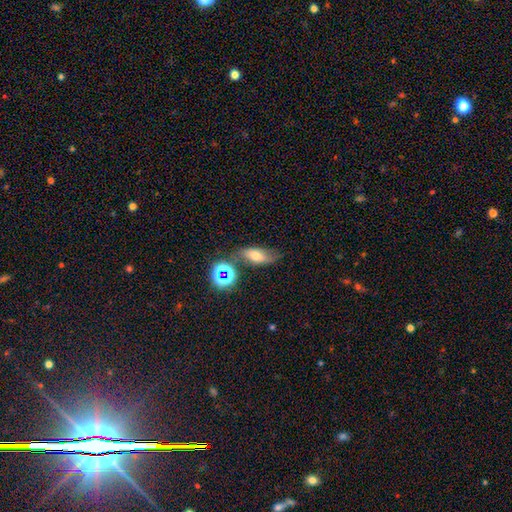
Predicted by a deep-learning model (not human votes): This is possibly a smooth galaxy (55%). How rounded: likely in between (73%). Merging: likely none (60%).